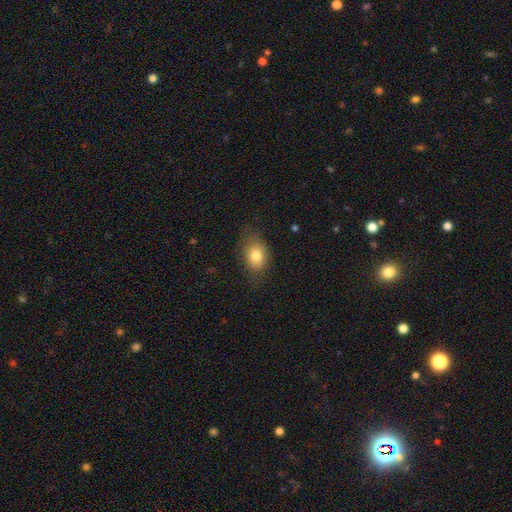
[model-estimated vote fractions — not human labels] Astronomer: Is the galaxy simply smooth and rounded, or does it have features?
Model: smooth — 79%.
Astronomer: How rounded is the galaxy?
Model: in between — 73%.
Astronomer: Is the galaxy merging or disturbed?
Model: none — 71%.